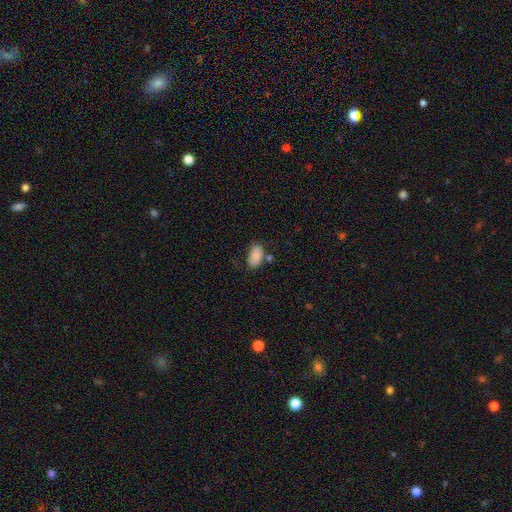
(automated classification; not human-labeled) This is clearly a smooth galaxy (83%). How rounded: clearly in between (94%). Merging: likely none (64%).